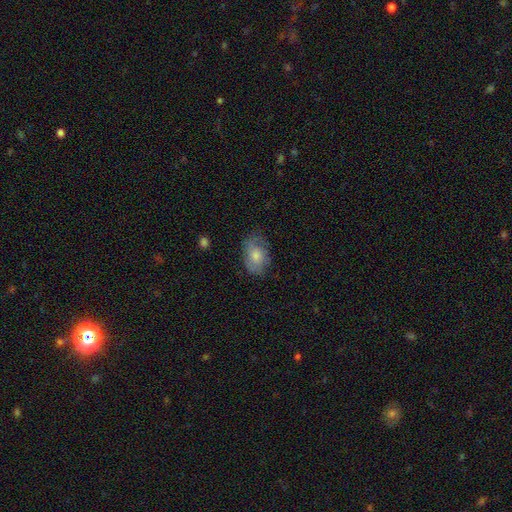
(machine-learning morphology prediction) Overall: smooth (65%; featured or disk 27%). How rounded: in between (83%). Merging: none (59%; minor disturbance 28%).